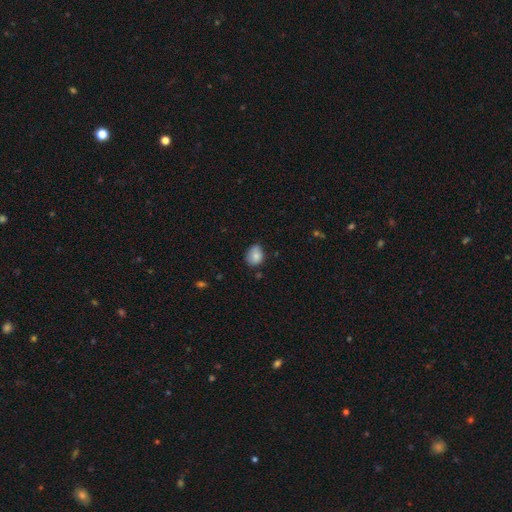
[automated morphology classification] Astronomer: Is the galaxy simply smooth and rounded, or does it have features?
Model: smooth — 82%.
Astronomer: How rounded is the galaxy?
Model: in between — 57% (runner-up: round, 42%).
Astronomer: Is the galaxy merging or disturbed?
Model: none — 59%.